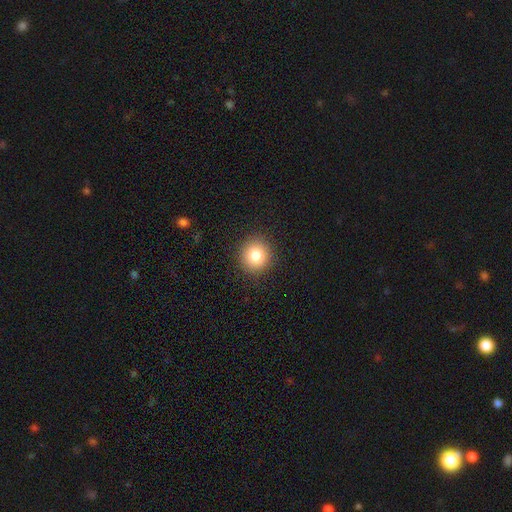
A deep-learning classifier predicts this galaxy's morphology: Smooth or featured: smooth — 82% (star or artifact — 10%)
How rounded: round — 90% (in between — 9%)
Merging: none — 91% (minor disturbance — 6%)